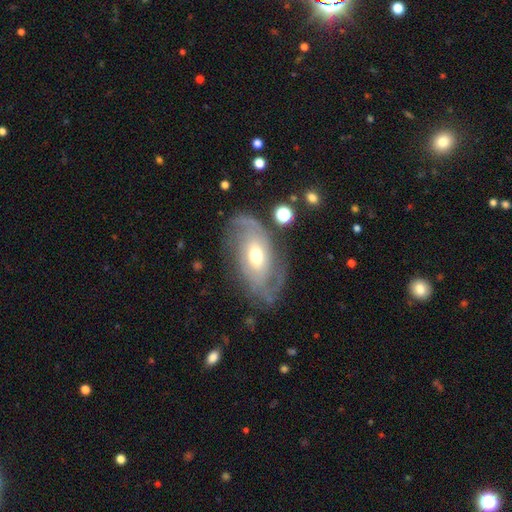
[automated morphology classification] featured or disk 74%, smooth 19%, star or artifact 7%. Down the decision tree: edge-on disk — no (93%); bar — no (66%); spiral arms — yes (81%); spiral arm count — 2 (56%); spiral winding — tight (40%); bulge size — moderate (71%); merging — none (64%).